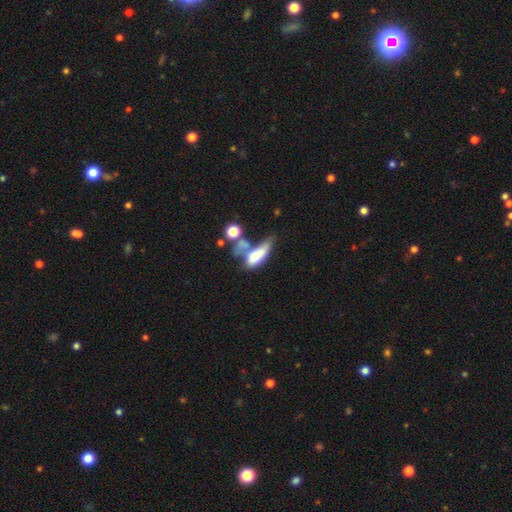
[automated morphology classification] This is likely a smooth galaxy (63%). How rounded: likely in between (67%). Merging: marginally merger (44%).